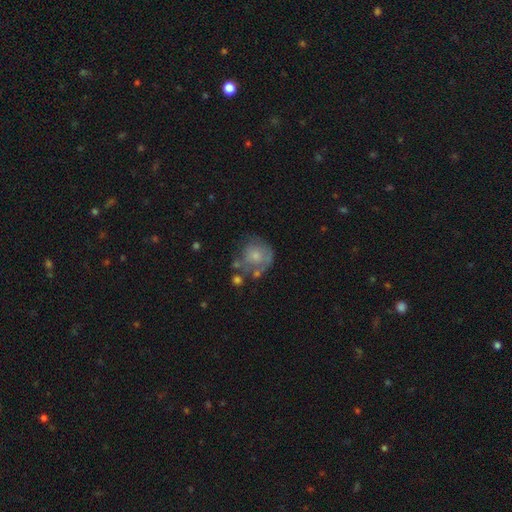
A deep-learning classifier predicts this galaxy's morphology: Smooth or featured: smooth — 50% (featured or disk — 41%)
How rounded: round — 79% (in between — 20%)
Merging: none — 42% (minor disturbance — 26%)